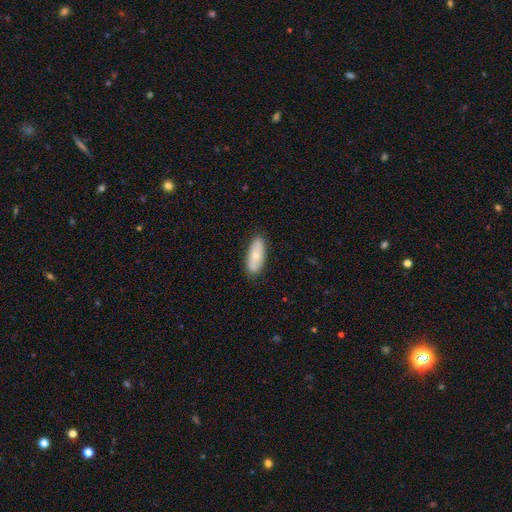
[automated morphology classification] This is likely a smooth galaxy (66%). How rounded: clearly in between (81%). Merging: clearly none (86%).